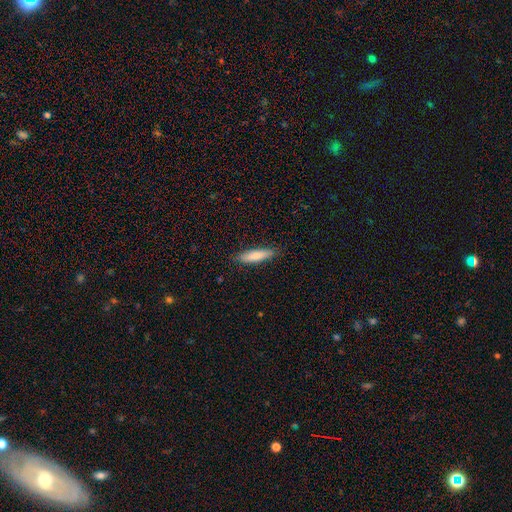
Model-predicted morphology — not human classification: A smooth galaxy with no disk features (82%) that is cigar-shaped (73%).

Vote fractions:
- Smooth or featured? smooth: 82% / featured or disk: 12% / star or artifact: 6%
- How rounded? cigar-shaped: 73% / in between: 26% / round: 1%
- Merging? none: 85% / minor disturbance: 11% / major disturbance: 2% / merger: 1%